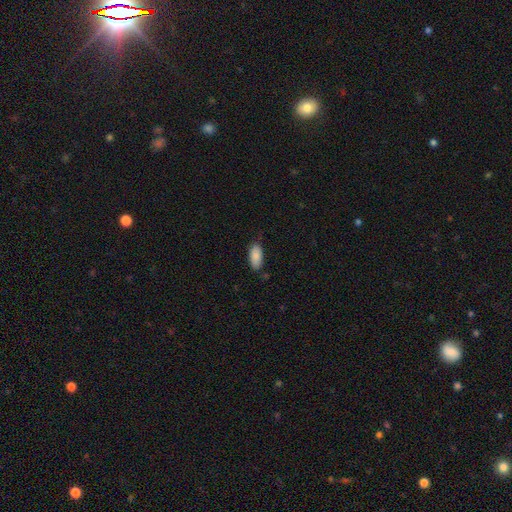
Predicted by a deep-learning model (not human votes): Smooth or featured: smooth — 88% (star or artifact — 6%)
How rounded: in between — 91% (cigar-shaped — 8%)
Merging: none — 78% (minor disturbance — 18%)